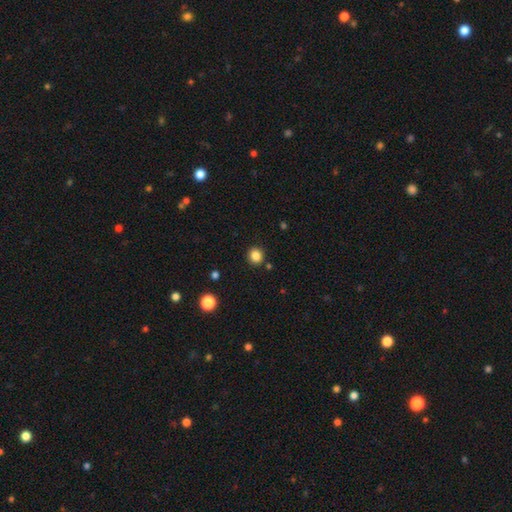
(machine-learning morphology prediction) Smooth or featured?
  - smooth: 85% *
  - star or artifact: 11%
  - featured or disk: 4%
How rounded?
  - round: 88% *
  - in between: 11%
  - cigar-shaped: 1%
Merging?
  - none: 89% *
  - minor disturbance: 6%
  - merger: 3%
  - major disturbance: 2%